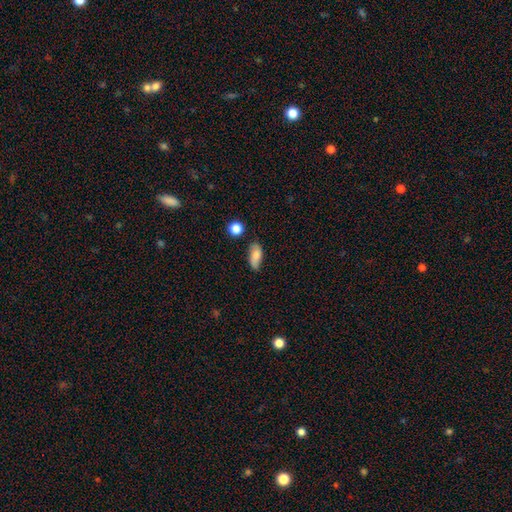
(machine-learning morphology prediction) Q: Smooth or featured?
A: smooth (76%); runner-up: featured or disk (16%)
Q: How rounded?
A: in between (85%); runner-up: cigar-shaped (10%)
Q: Merging?
A: none (66%); runner-up: minor disturbance (25%)